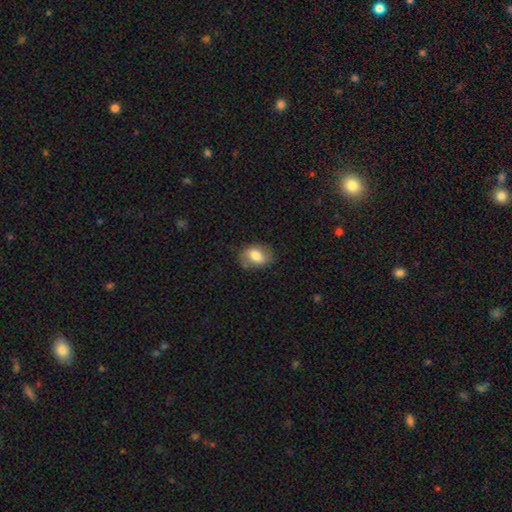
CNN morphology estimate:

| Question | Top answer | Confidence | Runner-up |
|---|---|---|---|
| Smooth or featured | smooth | 66% | featured or disk (26%) |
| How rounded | in between | 76% | round (22%) |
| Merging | none | 72% | minor disturbance (20%) |